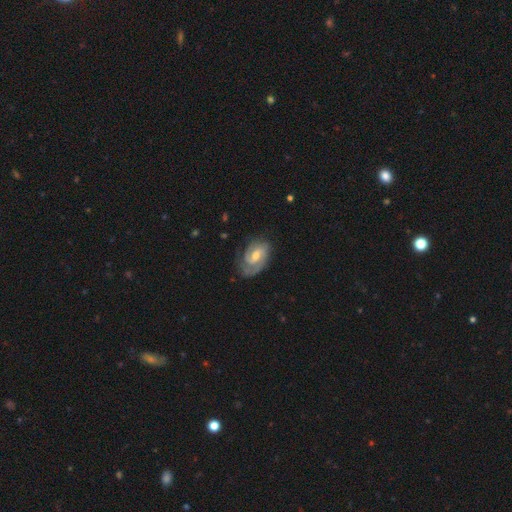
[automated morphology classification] smooth-or-featured: featured or disk: 82% | smooth: 13% | star or artifact: 5%
  disk-edge-on: no: 97% | yes: 3%
    bar: weak: 52% | no: 34% | strong: 14%
    has-spiral-arms: yes: 95% | no: 5%
      spiral-winding: tight: 51% | medium: 38% | loose: 11%
      spiral-arm-count: 2: 60% | can't tell: 15% | 1: 12% | 3: 9% | 4: 2% | more than 4: 2%
    bulge-size: moderate: 60% | small: 33% | large: 4% | none: 2% | dominant: 1%
  merging: none: 68% | minor disturbance: 21% | major disturbance: 9% | merger: 1%